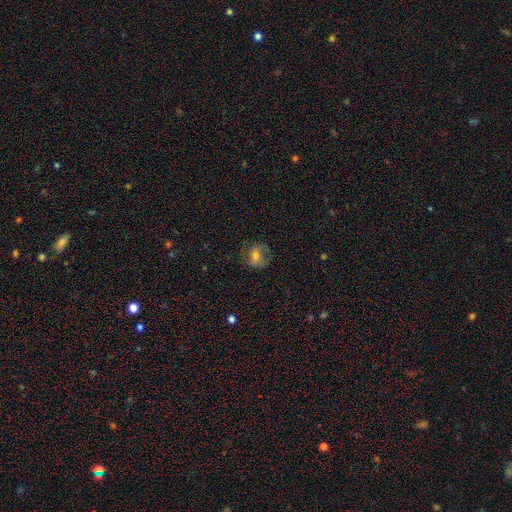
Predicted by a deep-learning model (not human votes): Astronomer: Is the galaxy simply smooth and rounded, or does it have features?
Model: smooth — 48% (runner-up: featured or disk, 41%).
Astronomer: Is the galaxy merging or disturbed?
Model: none — 67%.